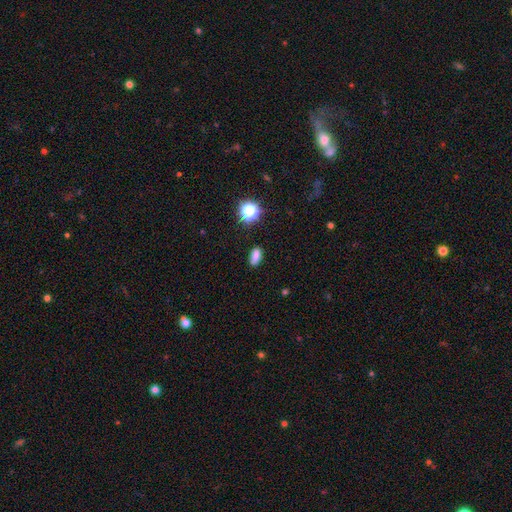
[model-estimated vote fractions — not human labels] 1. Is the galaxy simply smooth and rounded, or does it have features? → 79% smooth, 15% star or artifact, 6% featured or disk.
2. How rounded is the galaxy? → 80% in between, 10% round, 10% cigar-shaped.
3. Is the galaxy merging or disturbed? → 81% none, 13% minor disturbance, 3% major disturbance, 2% merger.